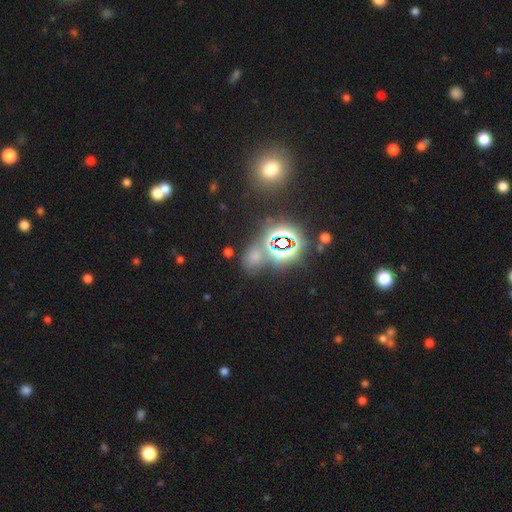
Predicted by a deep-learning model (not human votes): star or artifact 51%, smooth 42%, featured or disk 7%.